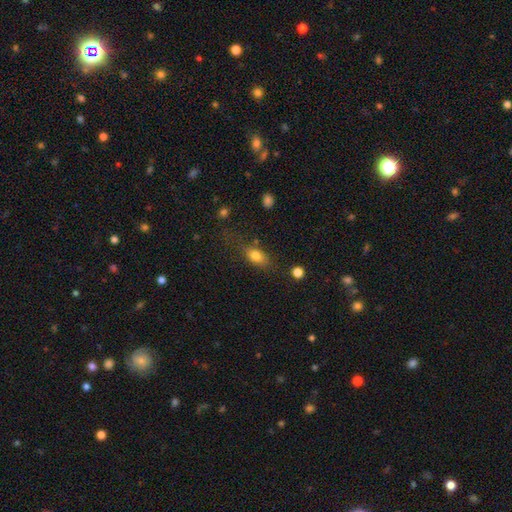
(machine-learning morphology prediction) Smooth or featured? Predicted: smooth (p=0.80). How rounded? Predicted: in between (p=0.78). Merging? Predicted: none (p=0.61).